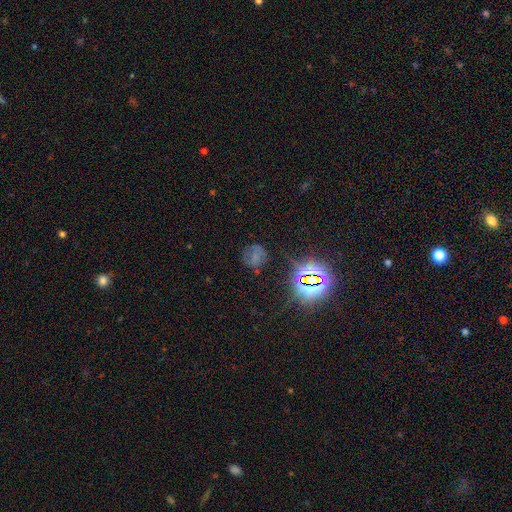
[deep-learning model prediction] A smooth galaxy with no disk features (45%). Merging: none (64%).